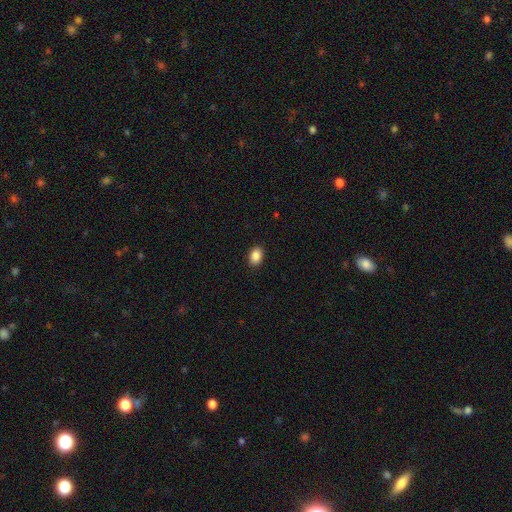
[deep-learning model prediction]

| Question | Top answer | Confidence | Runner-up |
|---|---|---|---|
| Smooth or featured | smooth | 88% | star or artifact (8%) |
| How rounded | in between | 78% | round (21%) |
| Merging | none | 90% | minor disturbance (7%) |